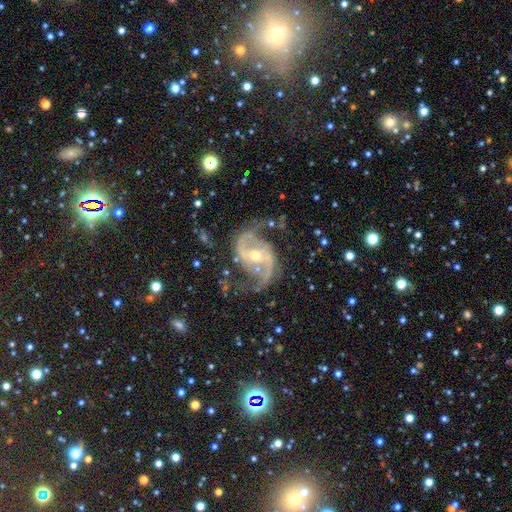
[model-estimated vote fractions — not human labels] Smooth or featured?
  - featured or disk: 92% *
  - star or artifact: 5%
  - smooth: 3%
Edge-on disk?
  - no: 98% *
  - yes: 2%
Bar?
  - weak: 36% * (tied)
  - no: 36% * (tied)
  - strong: 28%
Spiral arms?
  - yes: 98% *
  - no: 2%
Spiral winding?
  - medium: 54% *
  - loose: 33%
  - tight: 12%
Spiral arm count?
  - 2: 93% *
  - can't tell: 2%
  - 3: 2%
  - 1: 1%
  - 4: 1%
  - more than 4: 1%
Bulge size?
  - moderate: 52% *
  - small: 44%
  - large: 2%
  - none: 1%
  - dominant: 1%
Merging?
  - none: 73% *
  - minor disturbance: 16%
  - major disturbance: 9%
  - merger: 2%